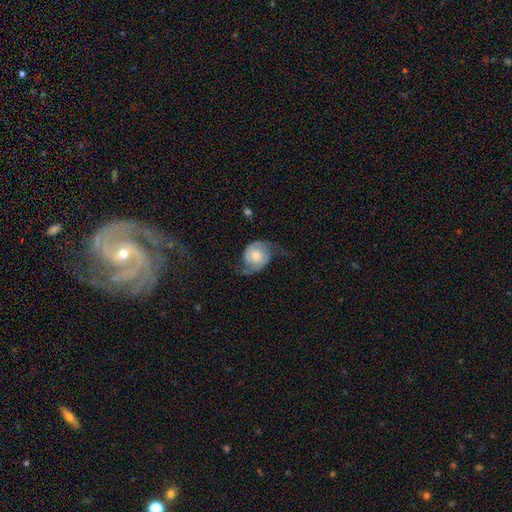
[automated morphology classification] Smooth or featured? Predicted: featured or disk (p=0.75). Edge-on disk? Predicted: no (p=0.97). Bar? Predicted: no (p=0.72). Spiral arms? Predicted: yes (p=0.94). Spiral winding? Predicted: loose (p=0.39, tied with medium). Spiral arm count? Predicted: 2 (p=0.89). Bulge size? Predicted: moderate (p=0.54). Merging? Predicted: none (p=0.57).